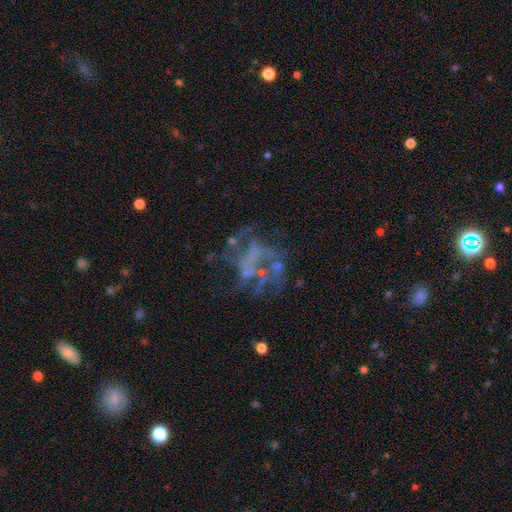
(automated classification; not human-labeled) Smooth or featured? Predicted: featured or disk (p=0.58). Edge-on disk? Predicted: no (p=0.97). Bar? Predicted: no (p=0.80). Spiral arms? Predicted: no (p=0.69). Bulge size? Predicted: none (p=0.76). Merging? Predicted: none (p=0.49).